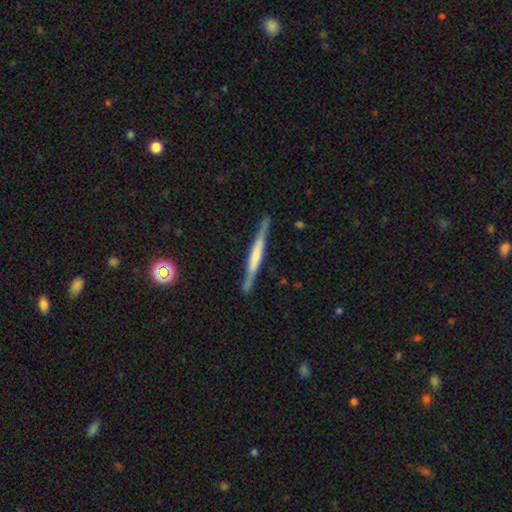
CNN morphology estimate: A featured or disk galaxy (64%) viewed edge-on (97%) with a boxy central bulge (45%). Merging: none (86%).